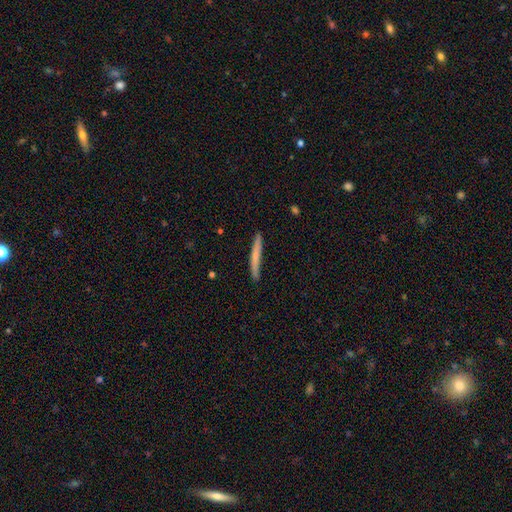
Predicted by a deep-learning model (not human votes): A smooth galaxy with no disk features (67%) that is cigar-shaped (96%). Merging: none (87%).